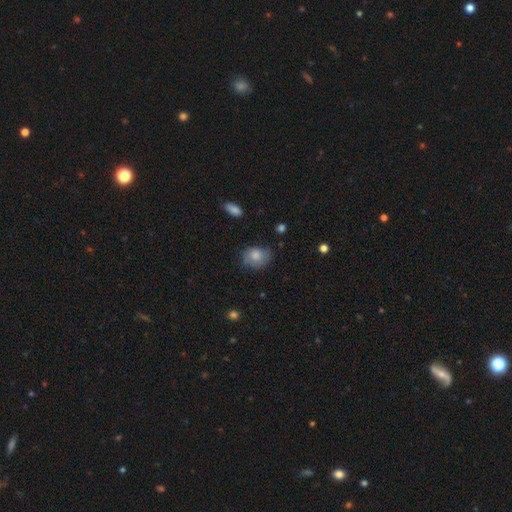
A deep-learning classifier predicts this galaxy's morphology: A smooth galaxy with no disk features (79%) that is in between round and cigar-shaped (54%).

Vote fractions:
- Smooth or featured? smooth: 79% / featured or disk: 13% / star or artifact: 8%
- How rounded? in between: 54% / round: 45% / cigar-shaped: 1%
- Merging? none: 66% / minor disturbance: 26% / major disturbance: 7% / merger: 2%